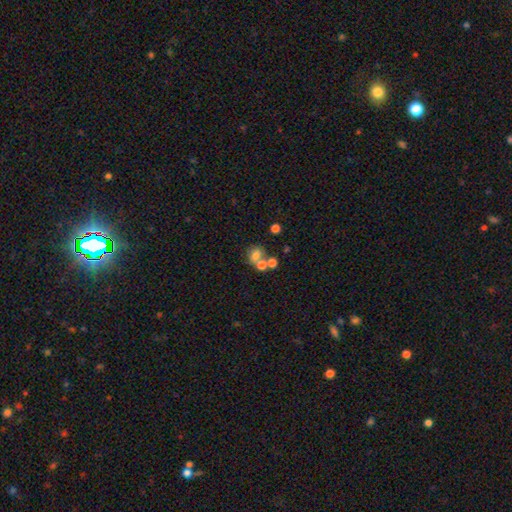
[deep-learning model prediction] The model was most divided on "merging": merger: 43%, none: 40%, minor disturbance: 10%, major disturbance: 7%. More confident: smooth or featured — smooth (69%); how rounded — round (58%).